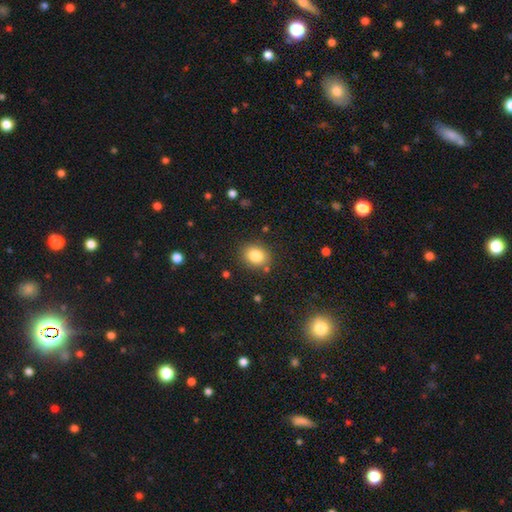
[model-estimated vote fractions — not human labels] Smooth or featured? Predicted: smooth (p=0.83). How rounded? Predicted: round (p=0.60). Merging? Predicted: none (p=0.84).